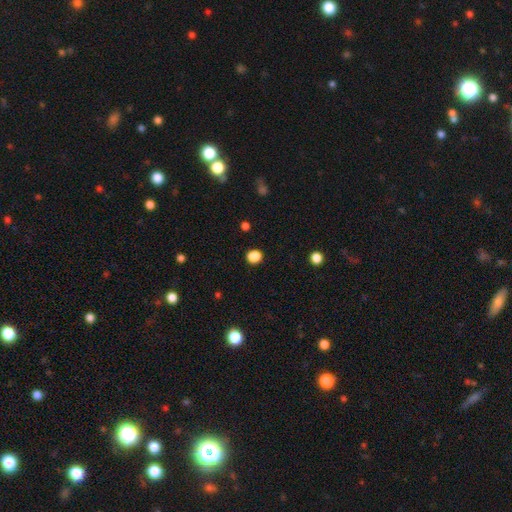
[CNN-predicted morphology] Smooth or featured? smooth (82%)
How rounded? round (73%)
Merging? none (86%)